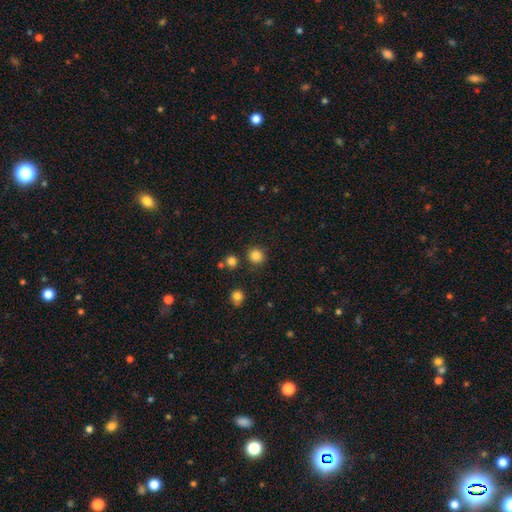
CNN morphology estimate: type=smooth (84%); roundness=round (91%); merging=none (85%).